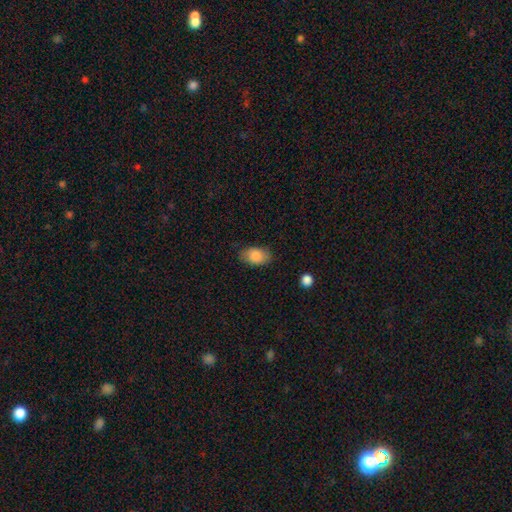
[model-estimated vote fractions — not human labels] The model was most divided on "merging": none: 79%, minor disturbance: 16%, major disturbance: 4%, merger: 1%. More confident: how rounded — in between (90%); smooth or featured — smooth (85%).